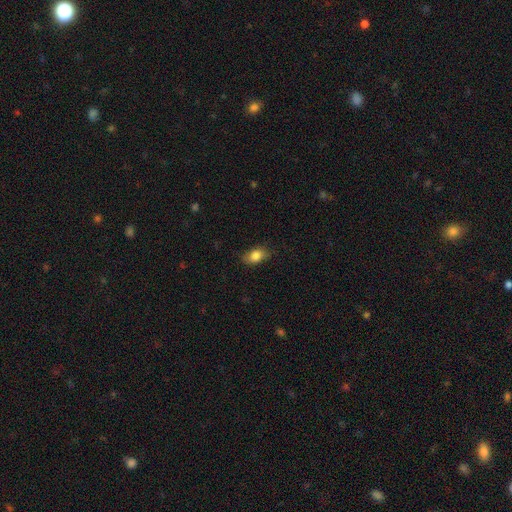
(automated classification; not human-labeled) Smooth or featured? smooth (83%)
How rounded? in between (81%)
Merging? none (78%)